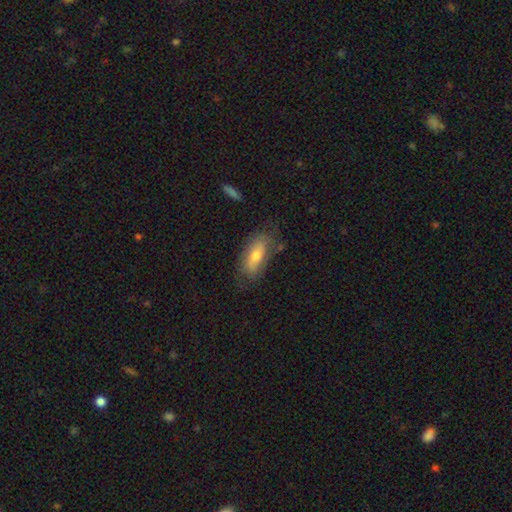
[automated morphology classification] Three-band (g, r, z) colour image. It shows a smooth galaxy with no disk features (62%) that is in between round and cigar-shaped (79%). Merging: none (68%).